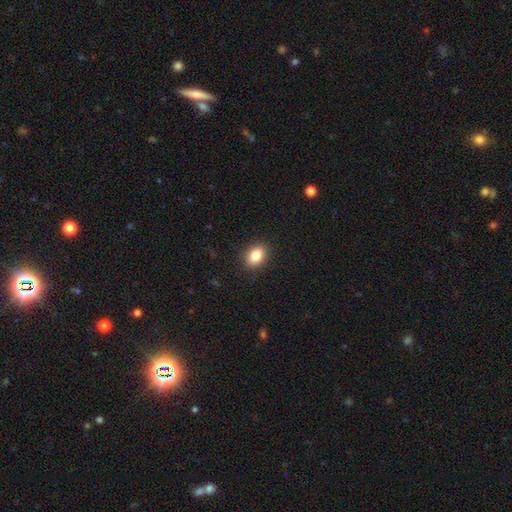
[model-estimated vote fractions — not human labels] smooth 84%, star or artifact 9%, featured or disk 7%. Down the decision tree: how rounded — in between (71%); merging — none (89%).